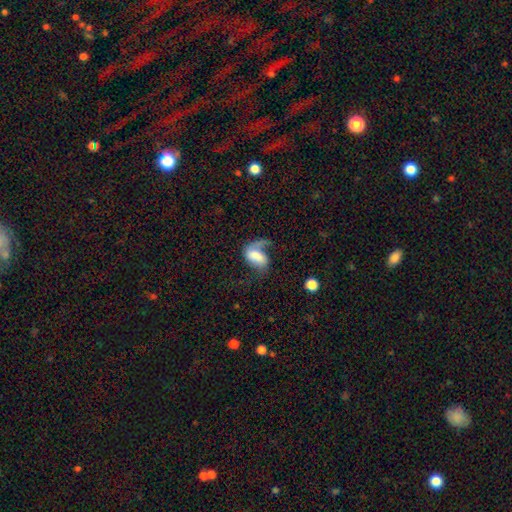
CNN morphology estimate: Overall: featured or disk (46%, tied with smooth). Merging: major disturbance (44%; none 29%).